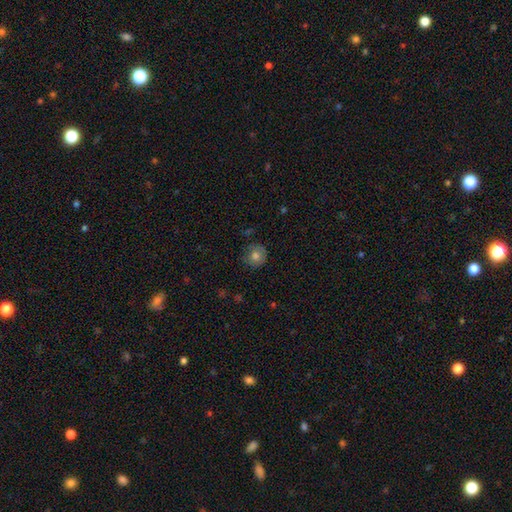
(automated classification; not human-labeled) Overall: smooth (74%). How rounded: round (89%). Merging: none (75%).